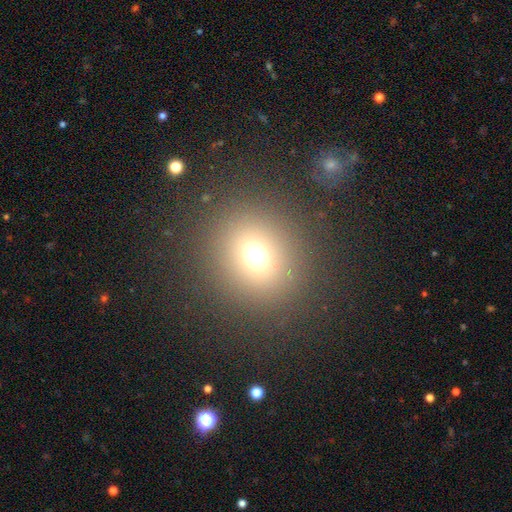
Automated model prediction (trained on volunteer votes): Smooth or featured?
  - smooth: 66% *
  - star or artifact: 25%
  - featured or disk: 9%
How rounded?
  - round: 83% *
  - in between: 16%
  - cigar-shaped: 1%
Merging?
  - none: 85% *
  - minor disturbance: 7%
  - major disturbance: 5%
  - merger: 2%